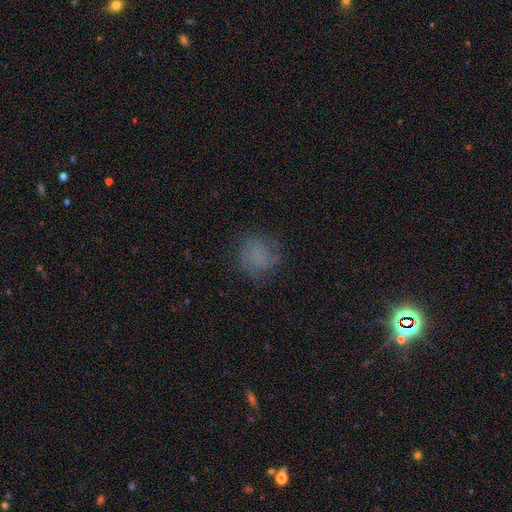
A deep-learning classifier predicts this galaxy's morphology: Smooth or featured: smooth — 65% (featured or disk — 18%)
How rounded: round — 79% (in between — 20%)
Merging: none — 73% (minor disturbance — 16%)